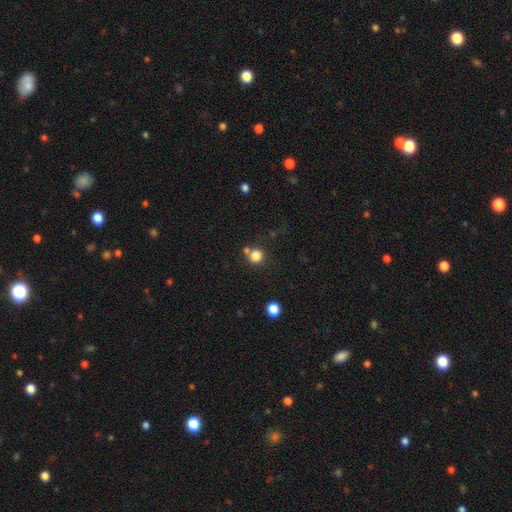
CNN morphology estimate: smooth-or-featured: smooth: 81% | star or artifact: 13% | featured or disk: 6%
  how-rounded: round: 91% | in between: 8% | cigar-shaped: 1%
  merging: none: 69% | merger: 18% | minor disturbance: 9% | major disturbance: 4%